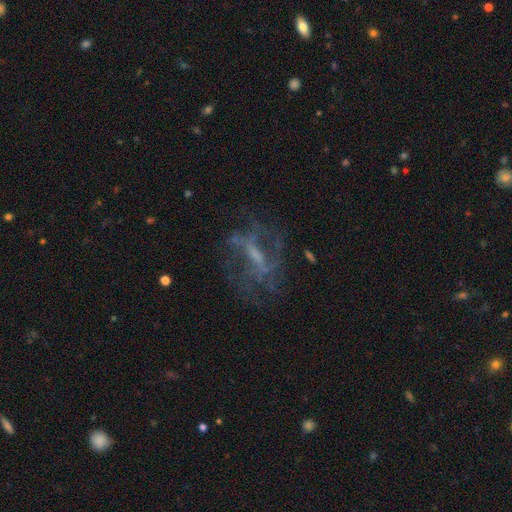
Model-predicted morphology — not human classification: Smooth or featured: featured or disk — 72% (star or artifact — 15%)
Edge-on disk: no — 90% (yes — 10%)
Bar: weak — 44% (no — 28%)
Spiral arms: yes — 65% (no — 35%)
Bulge size: small — 42% (moderate — 28%)
Merging: none — 60% (major disturbance — 22%)